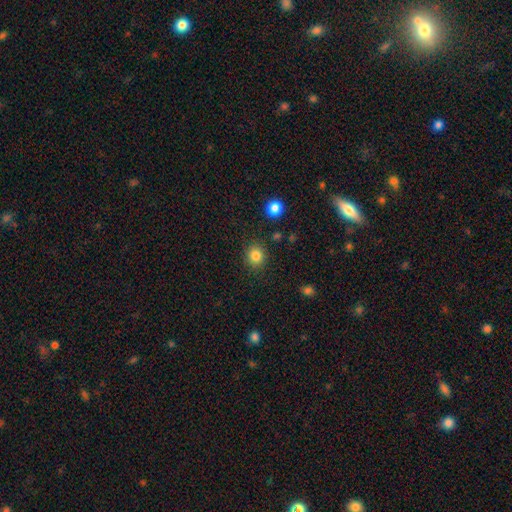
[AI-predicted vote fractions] A smooth galaxy with no disk features (84%) that is round (87%).

Vote fractions:
- Smooth or featured? smooth: 84% / star or artifact: 11% / featured or disk: 5%
- How rounded? round: 87% / in between: 12% / cigar-shaped: 1%
- Merging? none: 88% / minor disturbance: 7% / major disturbance: 3% / merger: 2%